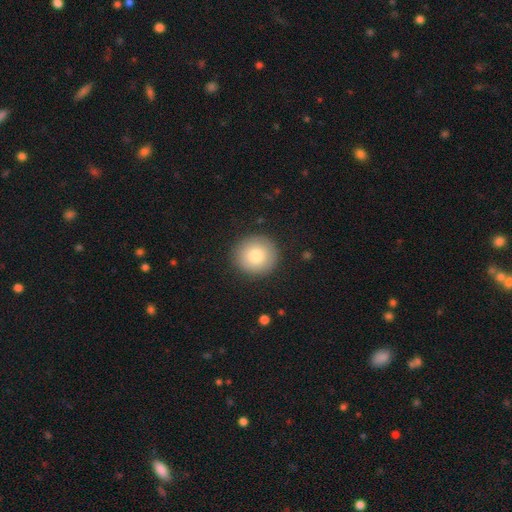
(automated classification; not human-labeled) Smooth or featured: smooth — 81% (featured or disk — 11%)
How rounded: round — 94% (in between — 5%)
Merging: none — 90% (minor disturbance — 6%)